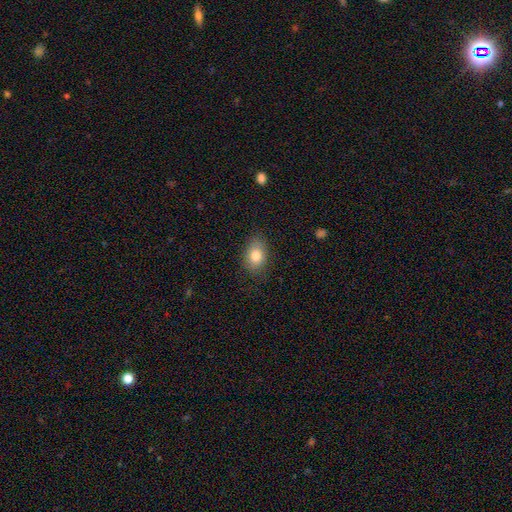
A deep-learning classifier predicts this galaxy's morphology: Smooth or featured: smooth — 81% (featured or disk — 11%)
How rounded: in between — 82% (round — 17%)
Merging: none — 82% (minor disturbance — 14%)